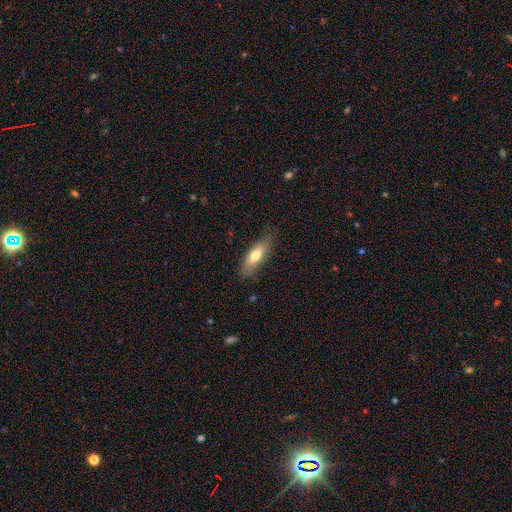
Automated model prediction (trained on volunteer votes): smooth 68%, featured or disk 26%, star or artifact 6%. Down the decision tree: how rounded — in between (58%); merging — none (80%).